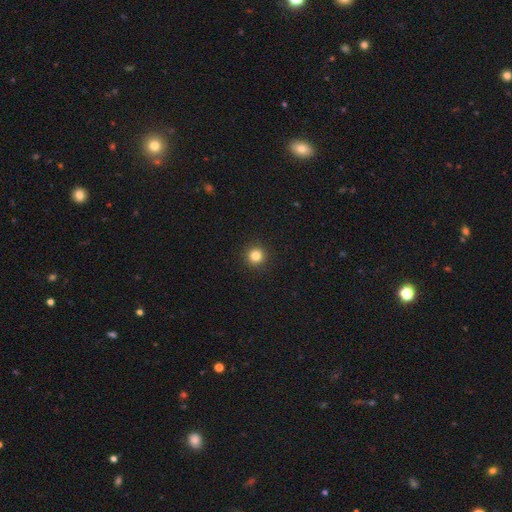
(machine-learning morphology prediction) The model was most divided on "smooth or featured": smooth: 82%, star or artifact: 13%, featured or disk: 5%. More confident: how rounded — round (96%); merging — none (93%).